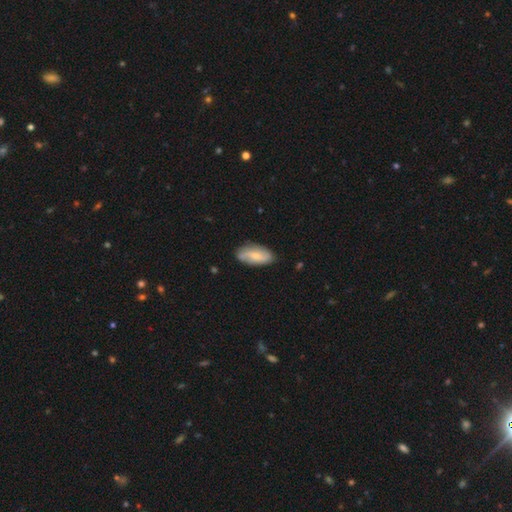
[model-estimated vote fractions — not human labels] Q: Smooth or featured?
A: smooth (47%); tied with: featured or disk (47%)
Q: Merging?
A: none (79%); runner-up: minor disturbance (17%)